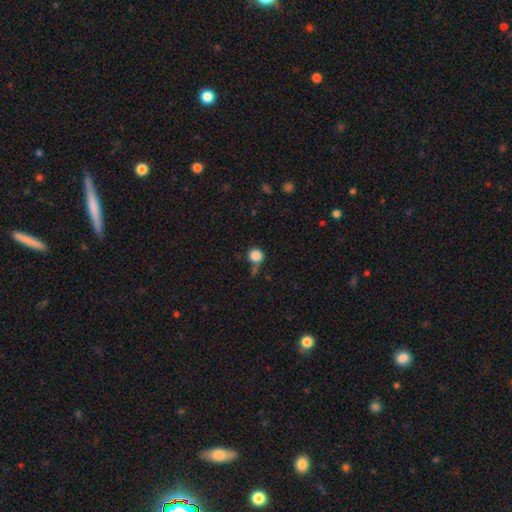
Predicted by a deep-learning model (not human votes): Q: Smooth or featured?
A: smooth (86%); runner-up: star or artifact (10%)
Q: How rounded?
A: round (90%); runner-up: in between (9%)
Q: Merging?
A: none (64%); runner-up: minor disturbance (16%)